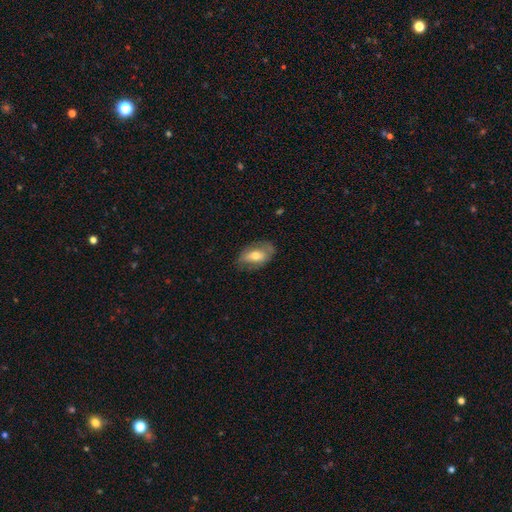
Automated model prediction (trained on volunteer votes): Smooth or featured? Predicted: smooth (p=0.53). How rounded? Predicted: in between (p=0.88). Merging? Predicted: none (p=0.68).